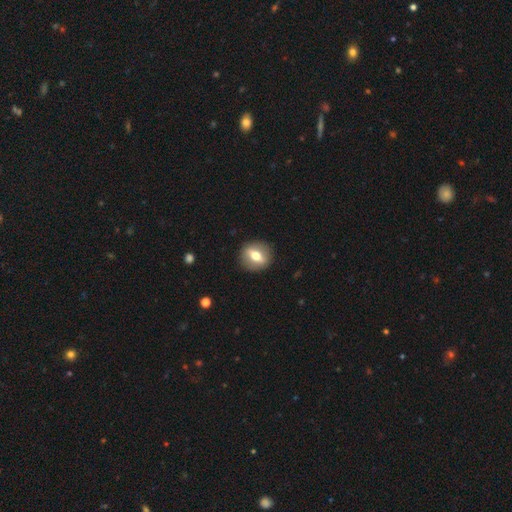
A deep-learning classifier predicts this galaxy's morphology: The model was most divided on "smooth or featured": smooth: 47%, featured or disk: 46%, star or artifact: 7%. More confident: merging — none (89%).